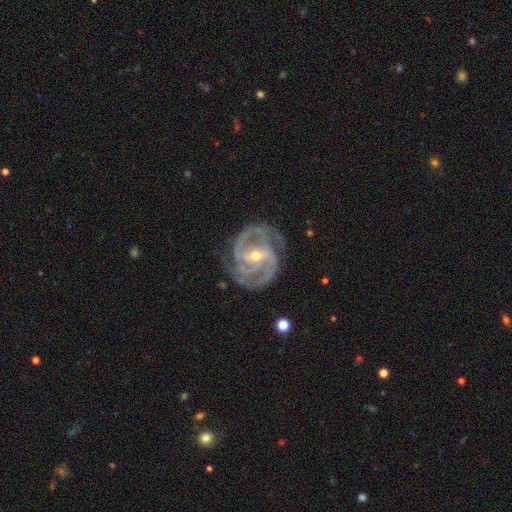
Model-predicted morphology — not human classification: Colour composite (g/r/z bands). It shows a featured or disk galaxy (94%) with a strong bar (40%), 3 (39%) tight (57%) spiral arms (99%) and a small central bulge (51%). Merging: none (76%).